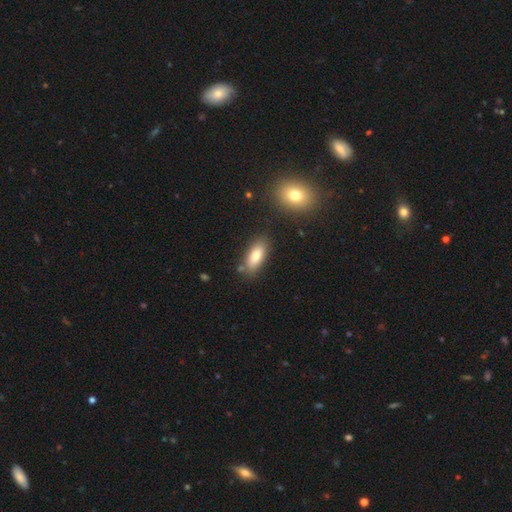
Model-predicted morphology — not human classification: This appears to be a smooth galaxy with no disk features (80%) that is in between round and cigar-shaped (81%). Merging: none (79%).